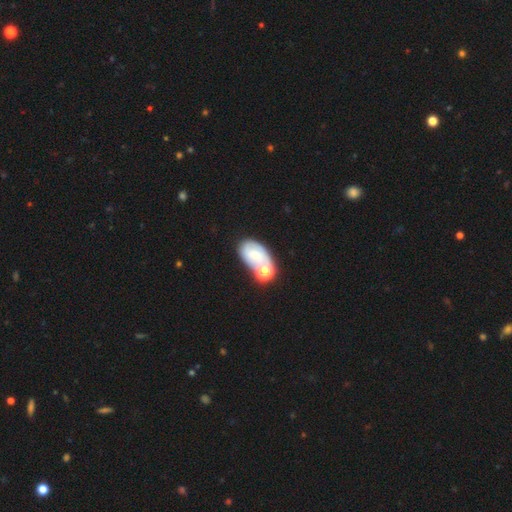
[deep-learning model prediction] The model was most divided on "merging": merger: 39%, none: 35%, minor disturbance: 17%, major disturbance: 9%. More confident: how rounded — in between (87%); smooth or featured — smooth (52%).